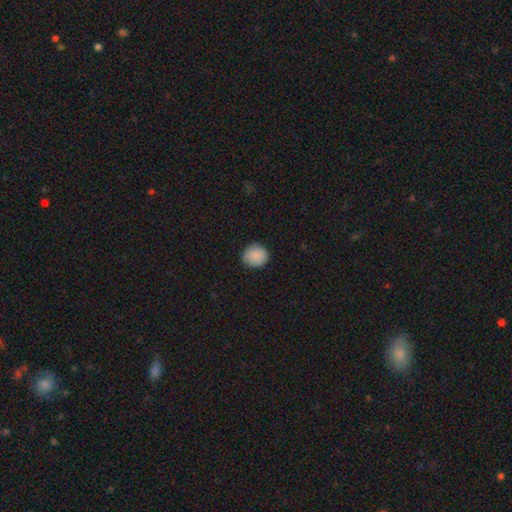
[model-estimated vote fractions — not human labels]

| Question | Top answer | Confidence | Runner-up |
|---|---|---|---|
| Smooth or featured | smooth | 88% | star or artifact (8%) |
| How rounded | round | 86% | in between (13%) |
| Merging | none | 84% | minor disturbance (13%) |